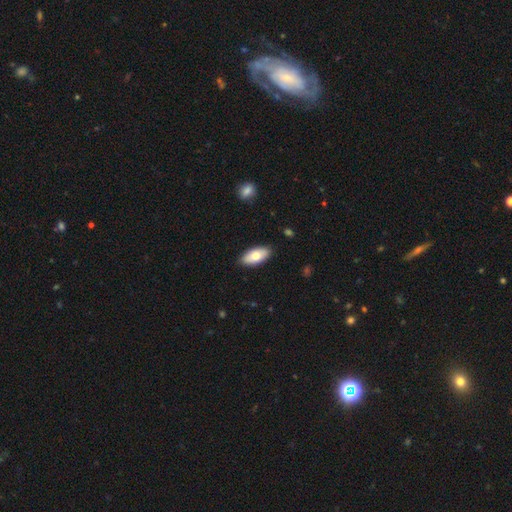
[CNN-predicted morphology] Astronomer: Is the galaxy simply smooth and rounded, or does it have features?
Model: smooth — 73%.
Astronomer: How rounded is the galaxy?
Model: in between — 91%.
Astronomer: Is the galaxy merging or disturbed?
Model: none — 89%.